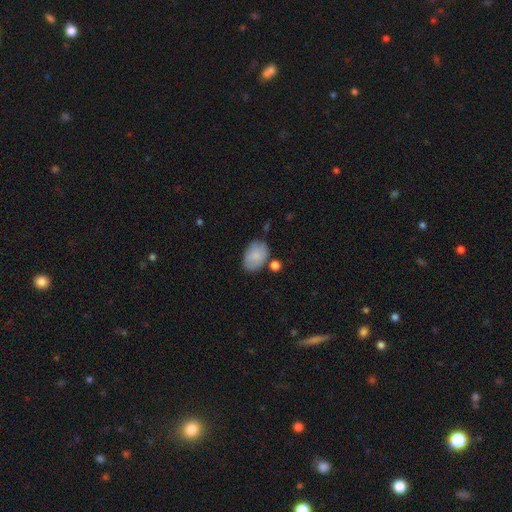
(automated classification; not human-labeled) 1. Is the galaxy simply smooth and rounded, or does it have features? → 83% smooth, 11% featured or disk, 7% star or artifact.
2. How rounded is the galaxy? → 86% in between, 13% round, 1% cigar-shaped.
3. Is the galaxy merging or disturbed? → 69% none, 18% minor disturbance, 8% merger, 5% major disturbance.